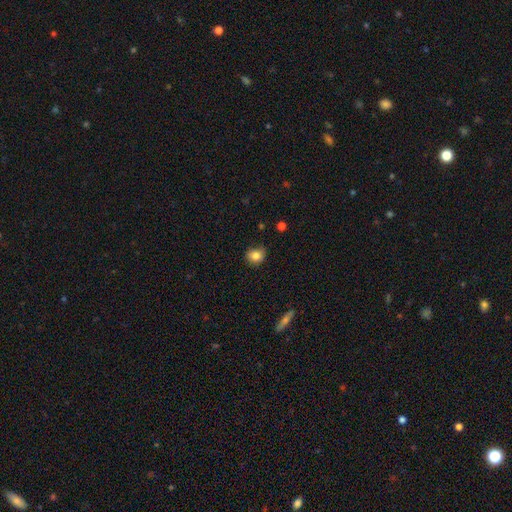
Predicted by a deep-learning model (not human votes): smooth 82%, star or artifact 11%, featured or disk 8%. Down the decision tree: how rounded — round (75%); merging — none (78%).